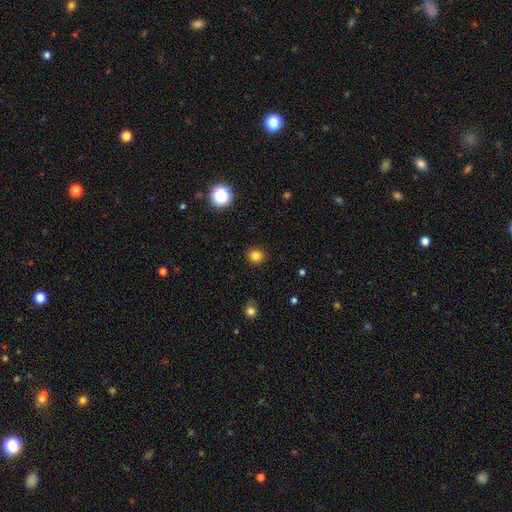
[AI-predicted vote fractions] smooth 82%, star or artifact 13%, featured or disk 5%. Down the decision tree: how rounded — round (83%); merging — none (90%).